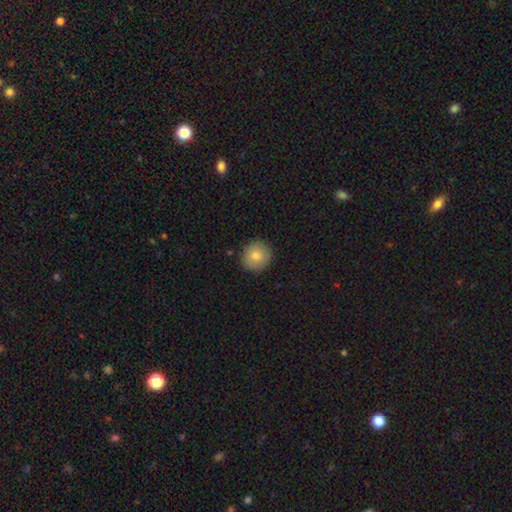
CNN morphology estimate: Smooth or featured: smooth — 79% (featured or disk — 12%)
How rounded: round — 91% (in between — 8%)
Merging: none — 89% (minor disturbance — 8%)